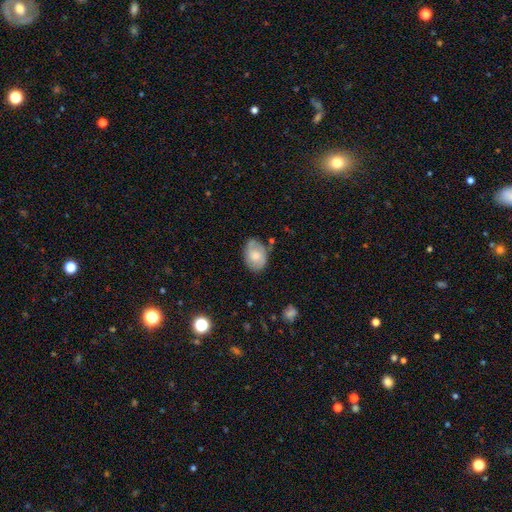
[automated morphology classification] Smooth or featured? Predicted: smooth (p=0.56). How rounded? Predicted: in between (p=0.76). Merging? Predicted: none (p=0.67).